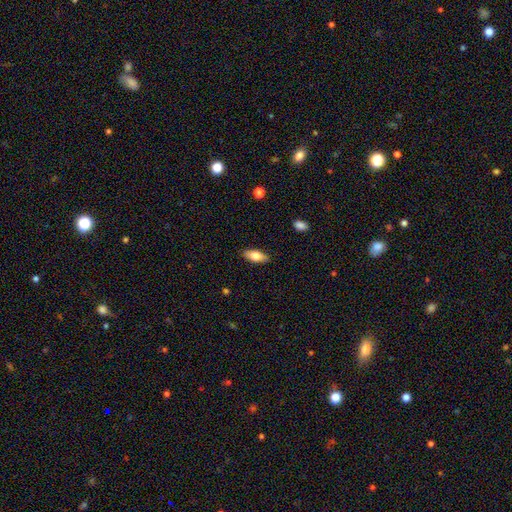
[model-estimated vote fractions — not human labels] Morphology: type=smooth (73%); roundness=in between (81%); merging=none (88%).